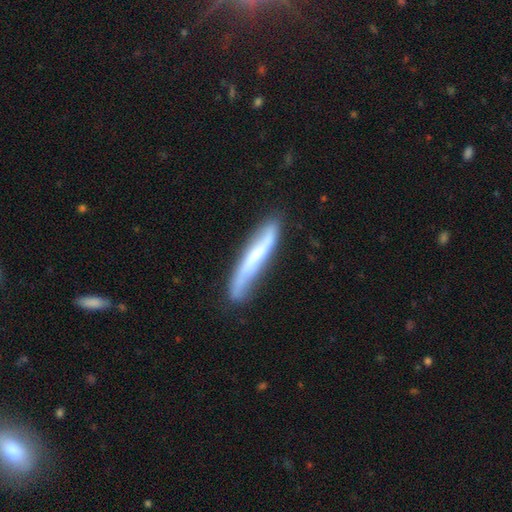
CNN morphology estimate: A featured or disk galaxy (54%) viewed edge-on (56%). Merging: none (72%).